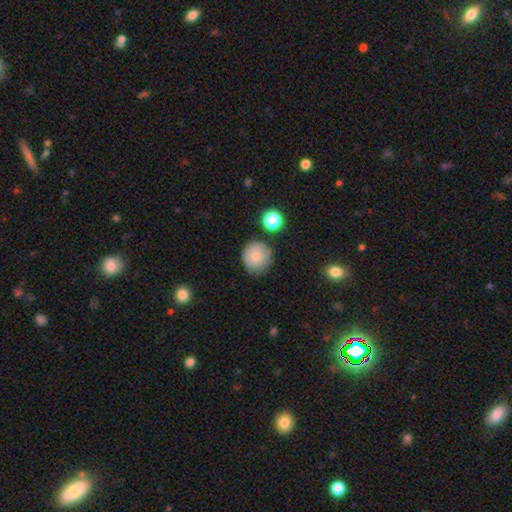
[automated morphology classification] This is clearly a smooth galaxy (82%). How rounded: clearly round (93%). Merging: clearly none (80%).